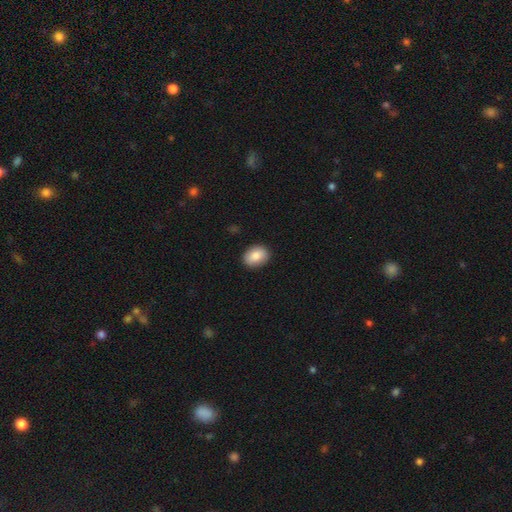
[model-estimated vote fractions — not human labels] A smooth galaxy with no disk features (84%) that is in between round and cigar-shaped (66%).

Vote fractions:
- Smooth or featured? smooth: 84% / featured or disk: 9% / star or artifact: 7%
- How rounded? in between: 66% / round: 33% / cigar-shaped: 1%
- Merging? none: 90% / minor disturbance: 8% / major disturbance: 2% / merger: 1%